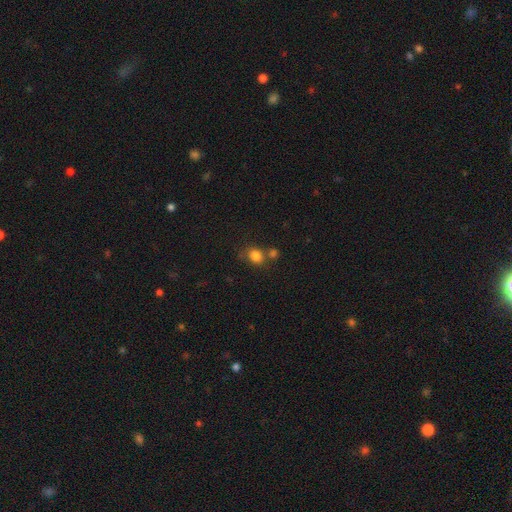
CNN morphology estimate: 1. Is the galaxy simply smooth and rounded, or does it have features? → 82% smooth, 12% star or artifact, 6% featured or disk.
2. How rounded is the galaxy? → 57% round, 42% in between, 1% cigar-shaped.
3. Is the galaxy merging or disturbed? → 58% none, 24% merger, 13% minor disturbance, 5% major disturbance.